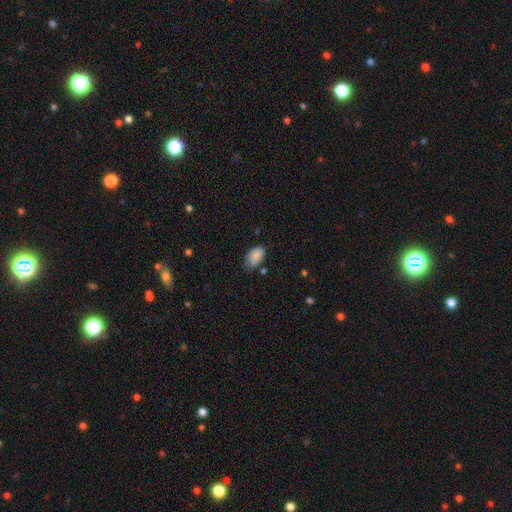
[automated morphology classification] A smooth galaxy with no disk features (86%) that is in between round and cigar-shaped (92%).

Vote fractions:
- Smooth or featured? smooth: 86% / star or artifact: 8% / featured or disk: 6%
- How rounded? in between: 92% / round: 7% / cigar-shaped: 1%
- Merging? none: 56% / minor disturbance: 33% / major disturbance: 7% / merger: 3%